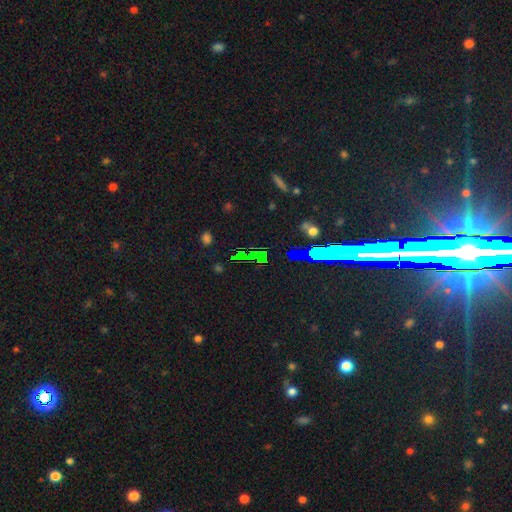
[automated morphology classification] A star or artifact, not a galaxy (70%).

Vote fractions:
- Smooth or featured? star or artifact: 70% / smooth: 19% / featured or disk: 11%